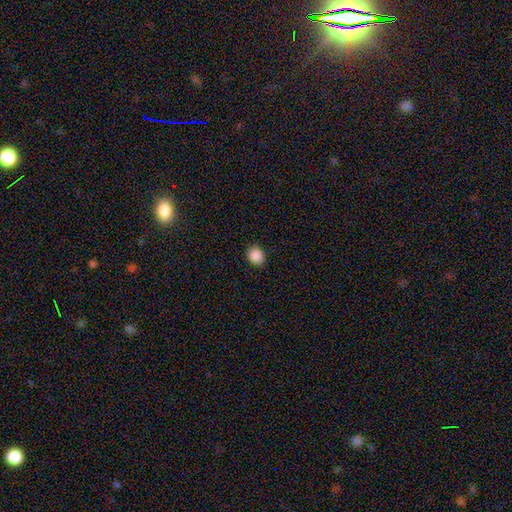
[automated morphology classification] Q: Smooth or featured?
A: smooth (89%); runner-up: star or artifact (9%)
Q: How rounded?
A: round (63%); runner-up: in between (36%)
Q: Merging?
A: none (89%); runner-up: minor disturbance (8%)